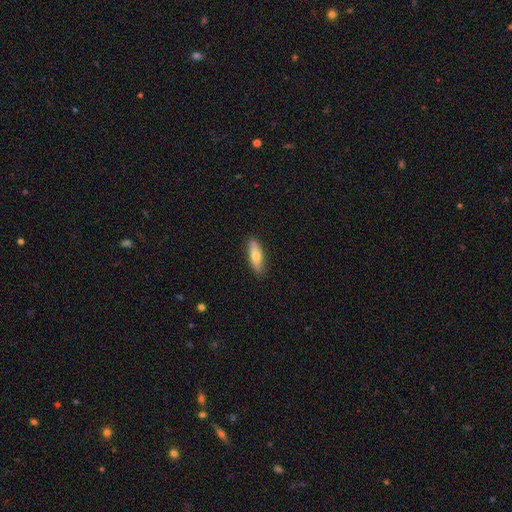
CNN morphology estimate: smooth-or-featured: smooth: 67% | featured or disk: 28% | star or artifact: 6%
  how-rounded: cigar-shaped: 61% | in between: 36% | round: 2%
  merging: none: 87% | minor disturbance: 10% | major disturbance: 2% | merger: 1%